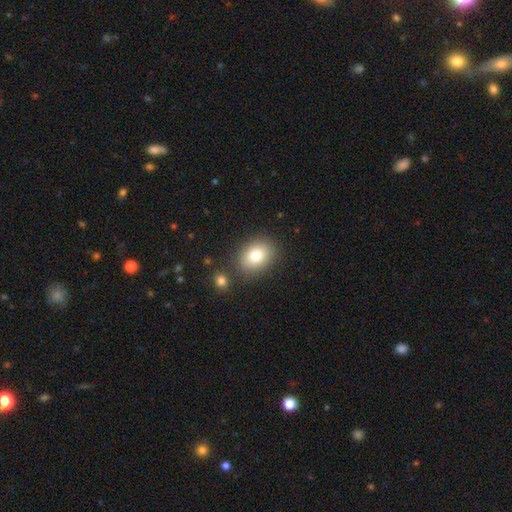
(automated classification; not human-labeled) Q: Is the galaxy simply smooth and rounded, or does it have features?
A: smooth — 80%.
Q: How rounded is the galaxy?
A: in between — 60%.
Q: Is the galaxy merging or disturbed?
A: none — 81%.